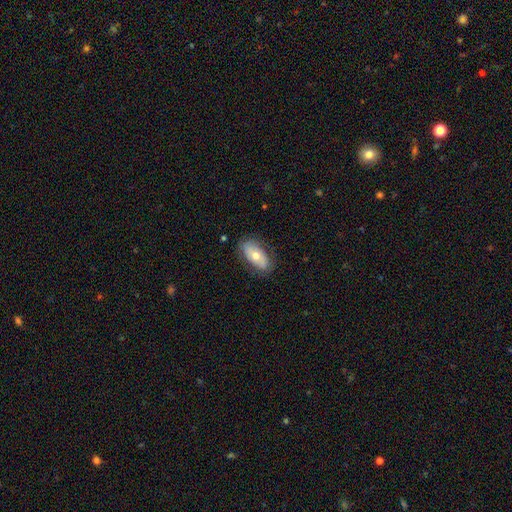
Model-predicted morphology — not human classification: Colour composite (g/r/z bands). It shows a smooth galaxy with no disk features (57%) that is in between round and cigar-shaped (90%). Merging: none (78%).